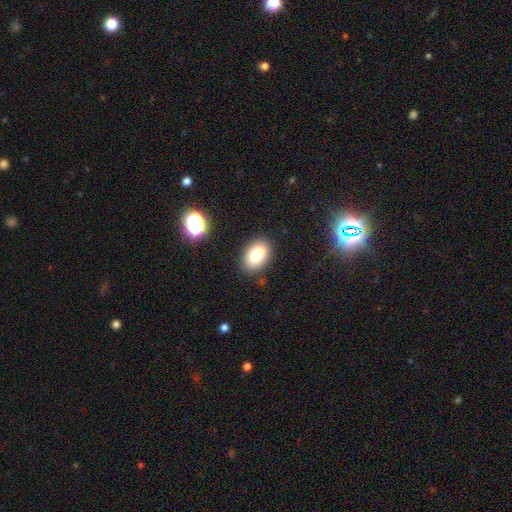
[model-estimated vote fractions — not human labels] smooth-or-featured: smooth: 78% | featured or disk: 12% | star or artifact: 11%
  how-rounded: in between: 84% | round: 14% | cigar-shaped: 2%
  merging: none: 66% | merger: 16% | minor disturbance: 14% | major disturbance: 4%